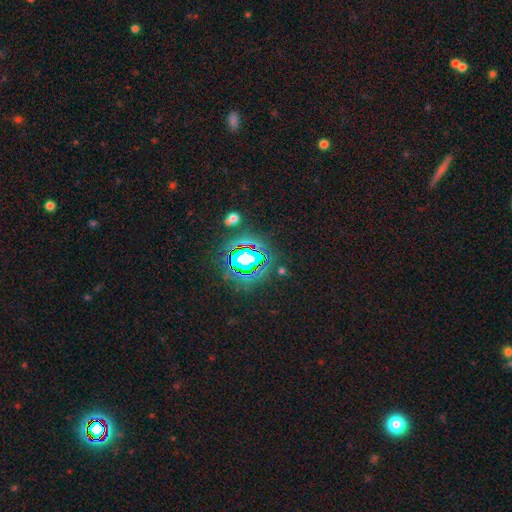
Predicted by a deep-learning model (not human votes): Morphology: type=star or artifact (74%).